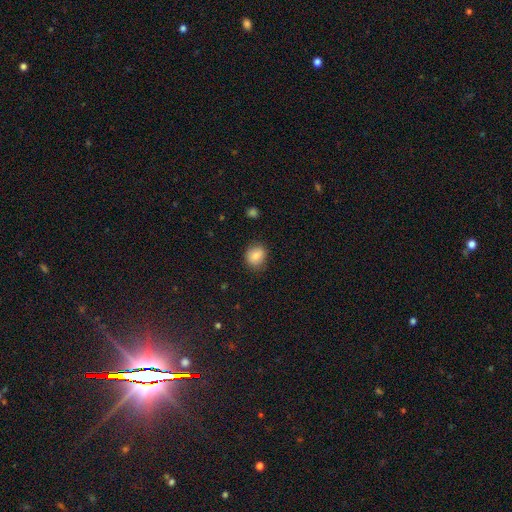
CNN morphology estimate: A smooth galaxy with no disk features (83%) that is round (70%). Merging: none (81%).